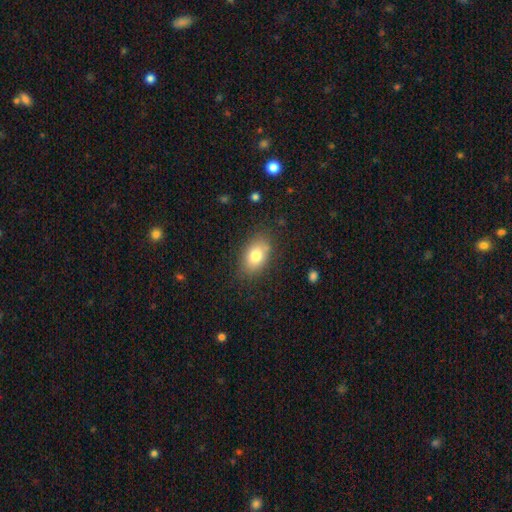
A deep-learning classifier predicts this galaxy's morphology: A smooth galaxy with no disk features (79%) that is in between round and cigar-shaped (86%). Merging: none (79%).